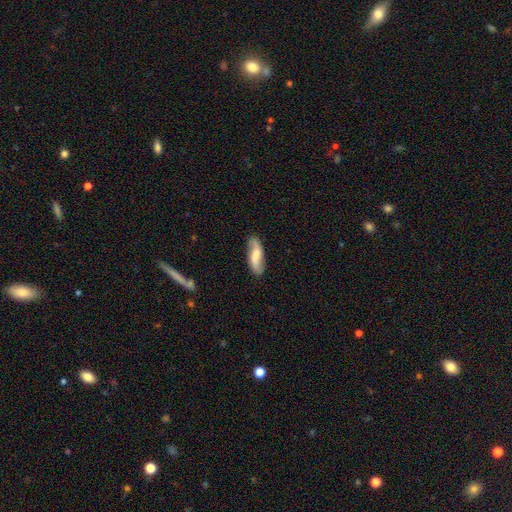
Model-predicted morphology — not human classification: Smooth or featured: smooth — 49% (featured or disk — 44%)
Merging: none — 76% (minor disturbance — 18%)